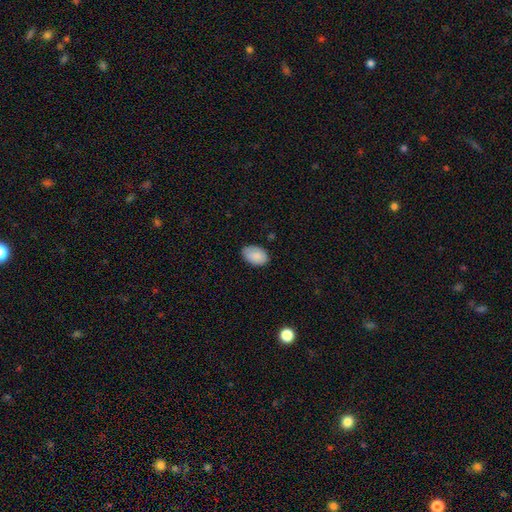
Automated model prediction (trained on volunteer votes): A smooth galaxy with no disk features (89%) that is in between round and cigar-shaped (88%). Merging: none (79%).